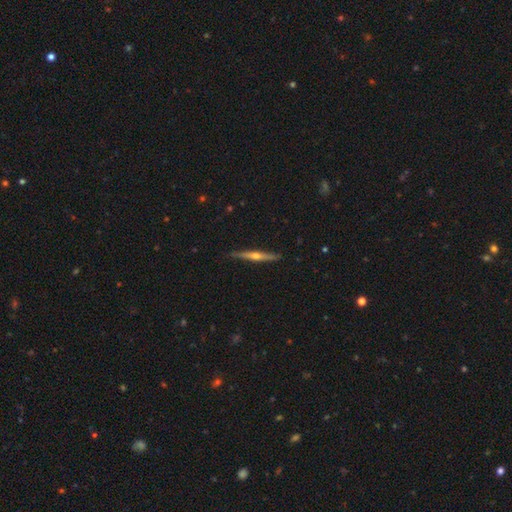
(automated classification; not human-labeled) Overall: featured or disk (76%). Edge-on disk: yes (98%). Edge-on bulge: rounded (90%). Merging: none (89%).